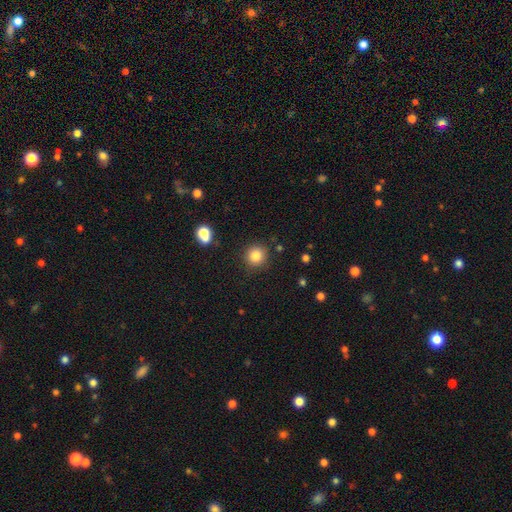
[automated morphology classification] type=smooth (84%); roundness=round (93%); merging=none (88%).